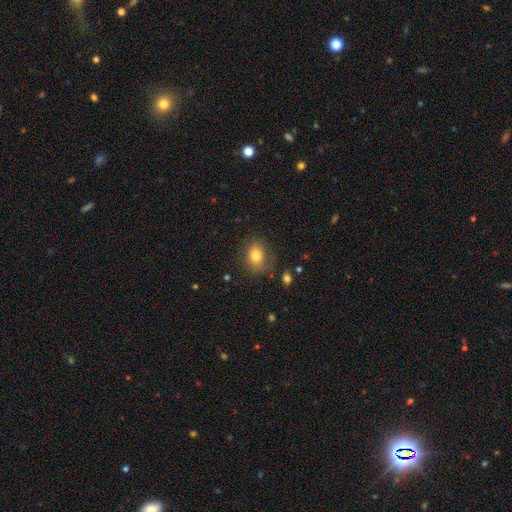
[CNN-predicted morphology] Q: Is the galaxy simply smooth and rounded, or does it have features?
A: smooth — 78%.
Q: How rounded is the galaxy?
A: in between — 57%.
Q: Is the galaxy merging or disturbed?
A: none — 71%.